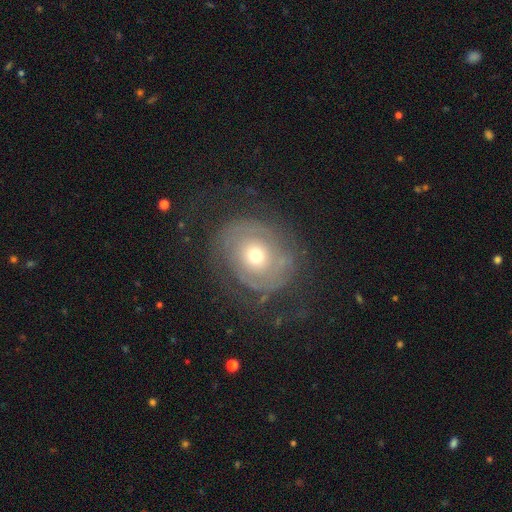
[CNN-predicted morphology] A featured or disk galaxy (66%) with no bar (85%), spiral arms (71%) and a moderate central bulge (57%).

Vote fractions:
- Smooth or featured? featured or disk: 66% / smooth: 26% / star or artifact: 8%
- Edge-on disk? no: 96% / yes: 4%
- Bar? no: 85% / weak: 11% / strong: 3%
- Spiral arms? yes: 71% / no: 29%
- Bulge size? moderate: 57% / small: 34% / large: 6% / dominant: 1% / none: 1%
- Merging? none: 64% / minor disturbance: 17% / major disturbance: 17% / merger: 2%